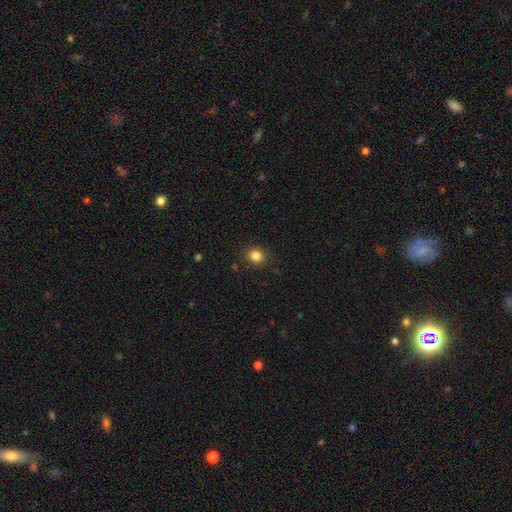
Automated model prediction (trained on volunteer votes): Smooth or featured?
  - smooth: 84% *
  - star or artifact: 11%
  - featured or disk: 5%
How rounded?
  - round: 79% *
  - in between: 20%
  - cigar-shaped: 1%
Merging?
  - none: 88% *
  - minor disturbance: 8%
  - major disturbance: 2%
  - merger: 1%